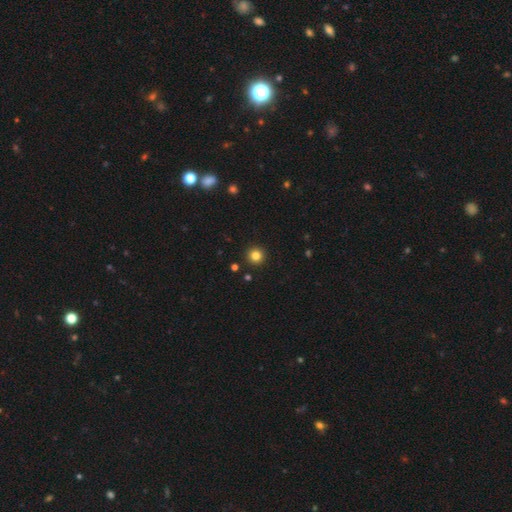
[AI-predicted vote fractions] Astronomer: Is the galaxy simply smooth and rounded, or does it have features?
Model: smooth — 83%.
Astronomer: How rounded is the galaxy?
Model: round — 96%.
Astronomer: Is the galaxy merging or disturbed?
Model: none — 93%.